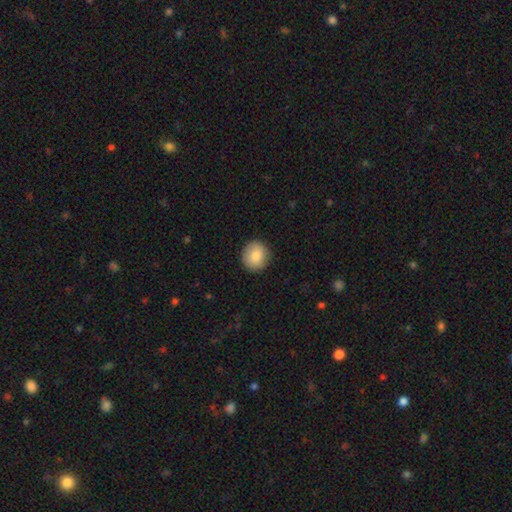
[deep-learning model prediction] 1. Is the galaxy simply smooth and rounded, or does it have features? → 84% smooth, 9% featured or disk, 7% star or artifact.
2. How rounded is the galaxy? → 88% round, 11% in between, 1% cigar-shaped.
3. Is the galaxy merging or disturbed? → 89% none, 8% minor disturbance, 2% major disturbance, 1% merger.